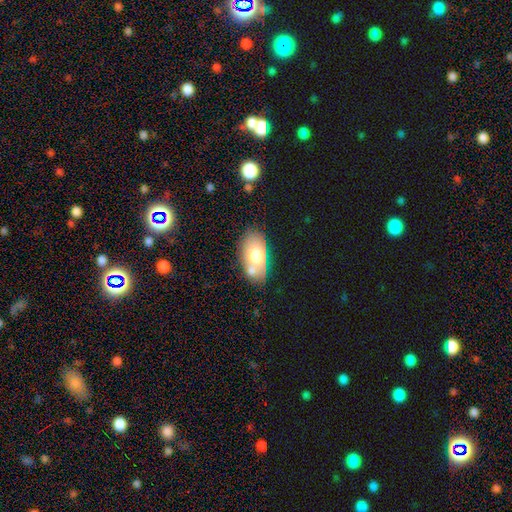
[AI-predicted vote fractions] This is likely a smooth galaxy (64%). How rounded: clearly in between (92%). Merging: possibly none (59%).